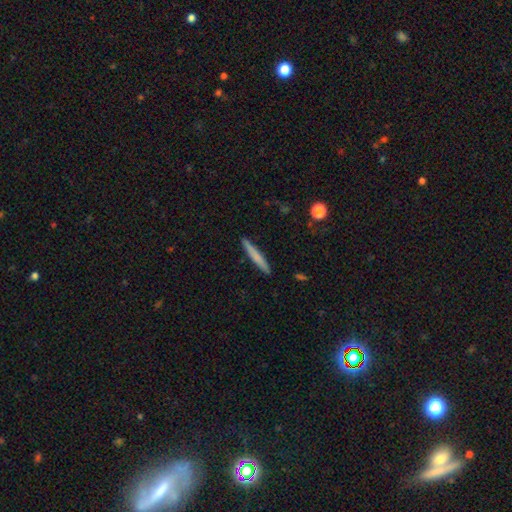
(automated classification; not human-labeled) Smooth or featured?
  - smooth: 68% *
  - featured or disk: 26%
  - star or artifact: 6%
How rounded?
  - cigar-shaped: 96% *
  - in between: 3%
  - round: 1%
Merging?
  - none: 90% *
  - minor disturbance: 7%
  - major disturbance: 1%
  - merger: 1%